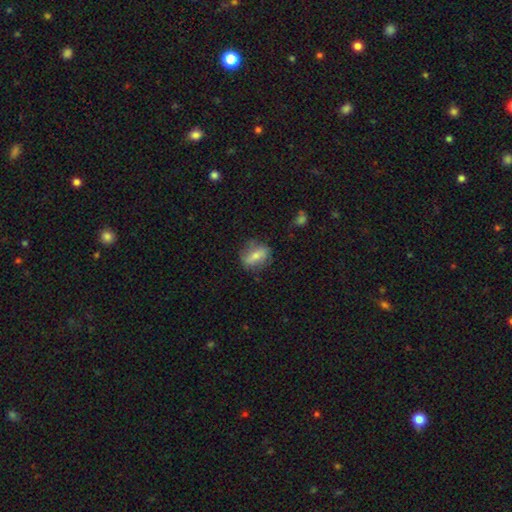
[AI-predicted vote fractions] This is possibly a smooth galaxy (50%). How rounded: likely in between (69%). Merging: likely none (73%).